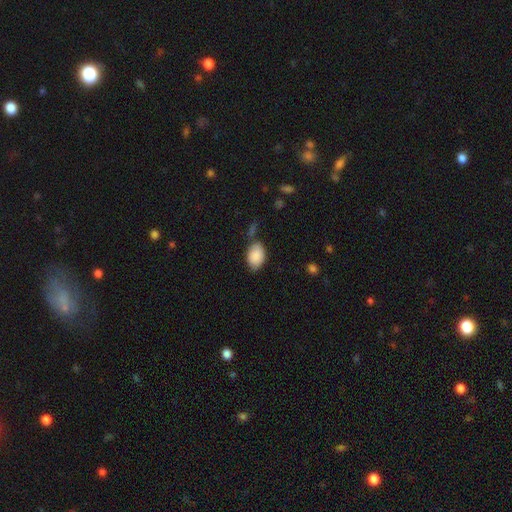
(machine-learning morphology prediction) Smooth or featured? Predicted: smooth (p=0.89). How rounded? Predicted: in between (p=0.88). Merging? Predicted: none (p=0.68).